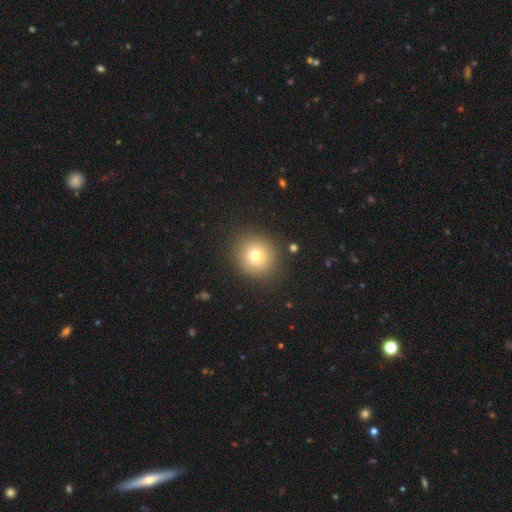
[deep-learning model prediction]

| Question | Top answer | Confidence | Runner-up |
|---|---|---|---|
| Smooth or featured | smooth | 78% | star or artifact (12%) |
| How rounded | round | 87% | in between (12%) |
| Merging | none | 88% | minor disturbance (8%) |